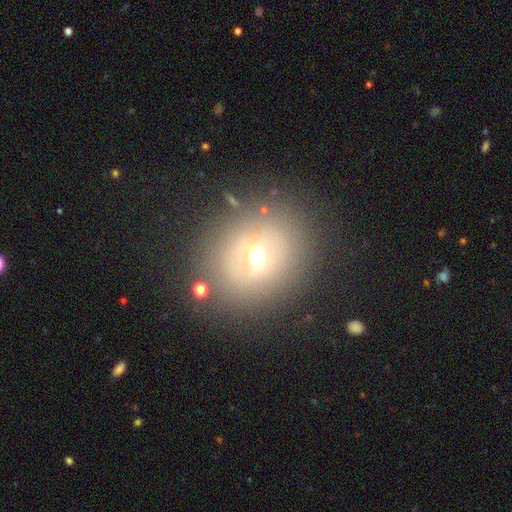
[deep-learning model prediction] Overall: smooth (50%; featured or disk 31%). How rounded: round (72%). Merging: none (76%).